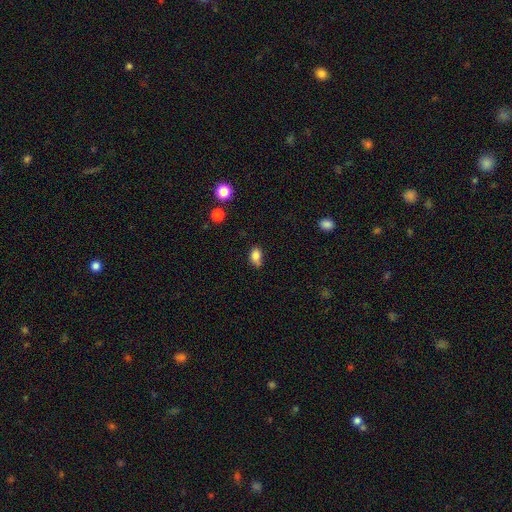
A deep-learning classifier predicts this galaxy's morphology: This appears to be a smooth galaxy with no disk features (83%) that is in between round and cigar-shaped (75%). Merging: none (56%).